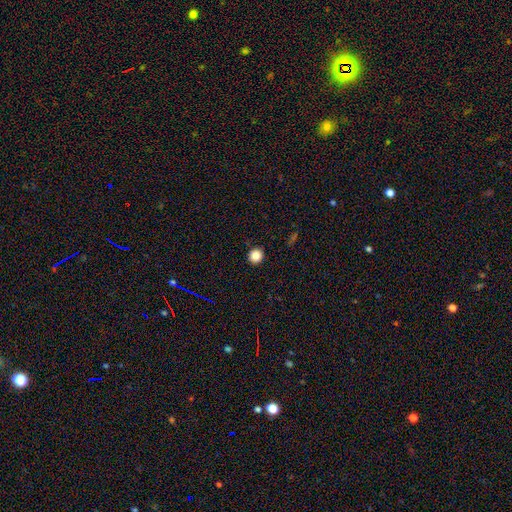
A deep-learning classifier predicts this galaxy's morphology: smooth-or-featured: smooth: 85% | star or artifact: 11% | featured or disk: 4%
  how-rounded: round: 86% | in between: 13% | cigar-shaped: 1%
  merging: none: 91% | minor disturbance: 6% | major disturbance: 2% | merger: 1%